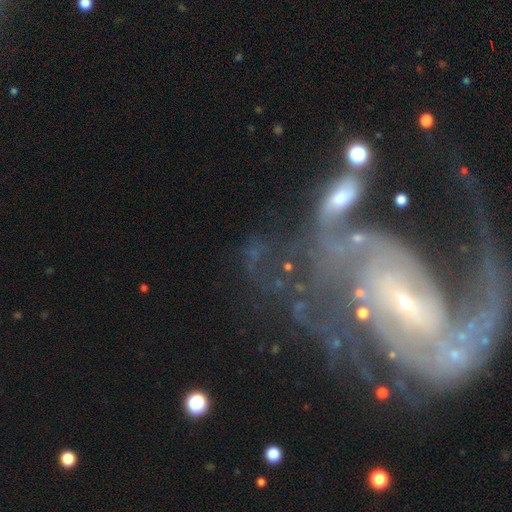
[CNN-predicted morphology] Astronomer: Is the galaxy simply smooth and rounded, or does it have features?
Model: featured or disk — 58%.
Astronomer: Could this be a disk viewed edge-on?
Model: no — 89%.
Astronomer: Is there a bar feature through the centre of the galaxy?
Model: no — 57%.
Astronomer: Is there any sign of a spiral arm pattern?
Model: yes — 67%.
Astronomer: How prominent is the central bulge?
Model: small — 44% (runner-up: moderate, 31%).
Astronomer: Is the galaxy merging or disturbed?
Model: none — 36% (runner-up: merger, 24%).